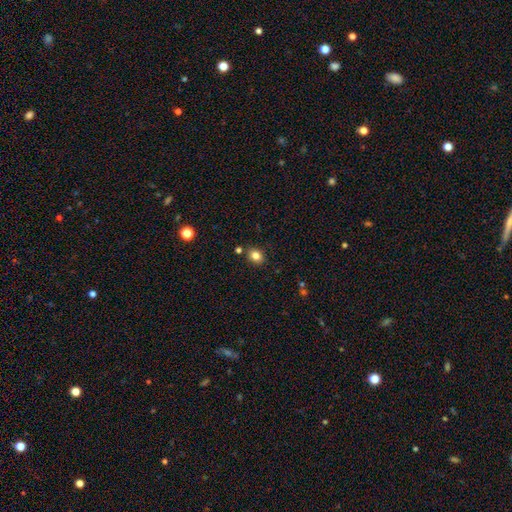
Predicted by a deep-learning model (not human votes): Overall: smooth (82%). How rounded: round (53%; in between 46%). Merging: none (83%).